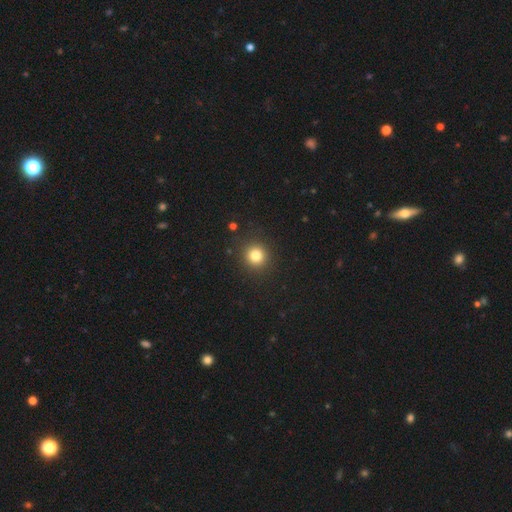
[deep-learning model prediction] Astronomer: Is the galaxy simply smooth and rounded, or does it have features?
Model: smooth — 82%.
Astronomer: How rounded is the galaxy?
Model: round — 93%.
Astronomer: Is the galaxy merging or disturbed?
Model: none — 91%.